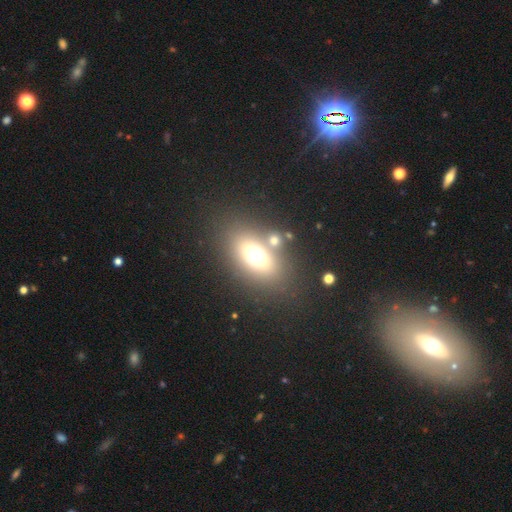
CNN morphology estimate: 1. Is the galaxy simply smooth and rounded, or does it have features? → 63% smooth, 19% featured or disk, 18% star or artifact.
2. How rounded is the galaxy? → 74% in between, 22% round, 4% cigar-shaped.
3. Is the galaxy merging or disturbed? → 72% none, 12% merger, 10% minor disturbance, 6% major disturbance.